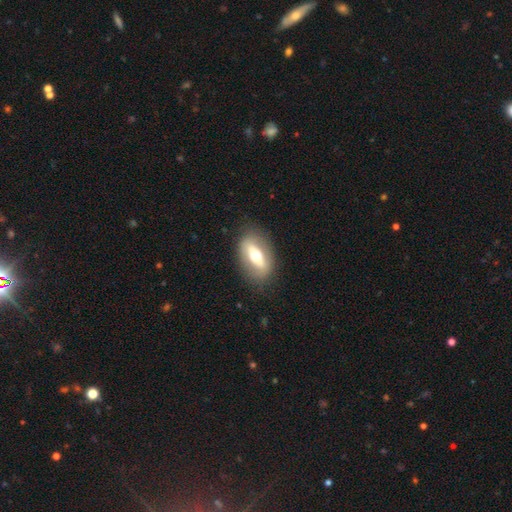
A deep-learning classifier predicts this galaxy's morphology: type=featured or disk (52%); edge-on=no (63%); merging=none (81%).